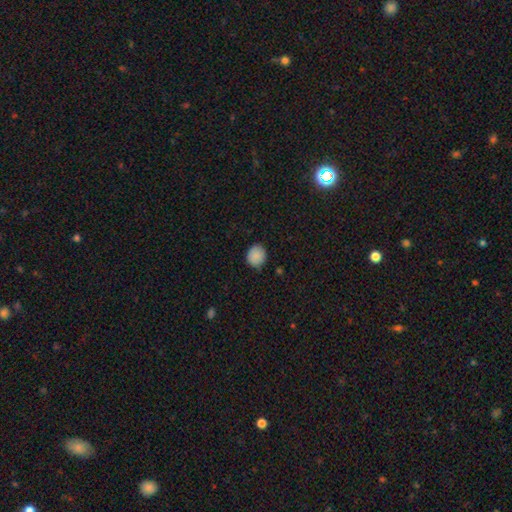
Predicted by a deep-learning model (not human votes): Smooth or featured? Predicted: smooth (p=0.88). How rounded? Predicted: round (p=0.81). Merging? Predicted: none (p=0.84).